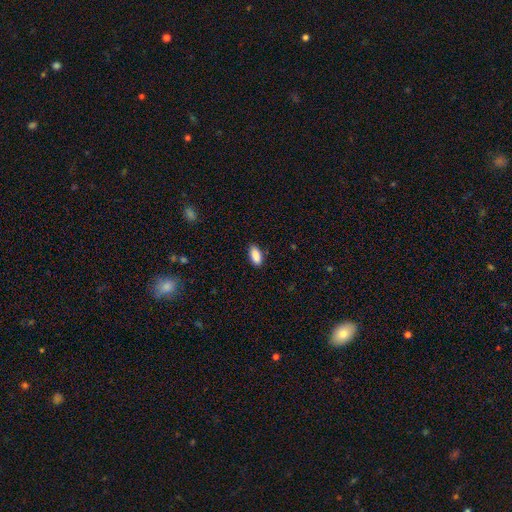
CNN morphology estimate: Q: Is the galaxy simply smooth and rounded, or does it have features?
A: smooth — 90%.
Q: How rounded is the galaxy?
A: in between — 89%.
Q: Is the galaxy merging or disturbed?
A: none — 87%.